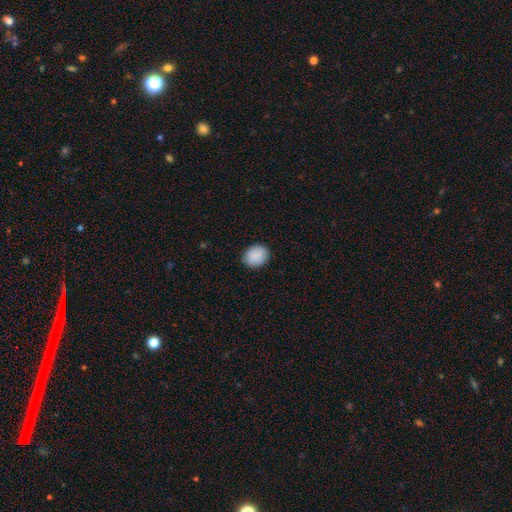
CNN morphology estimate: Smooth or featured? smooth (89%)
How rounded? round (53%)
Merging? none (87%)